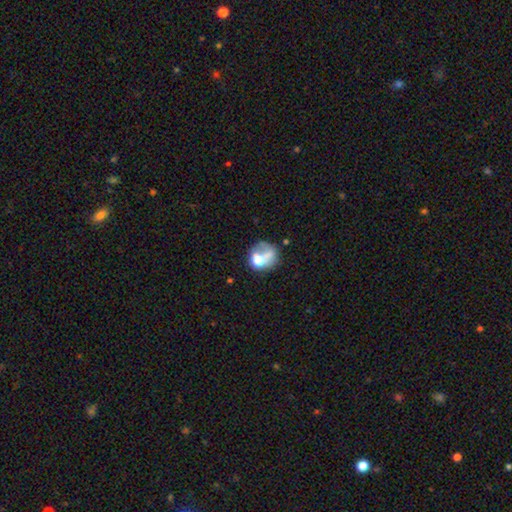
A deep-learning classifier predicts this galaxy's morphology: Smooth or featured: smooth — 44% (star or artifact — 38%)
Merging: none — 67% (merger — 14%)